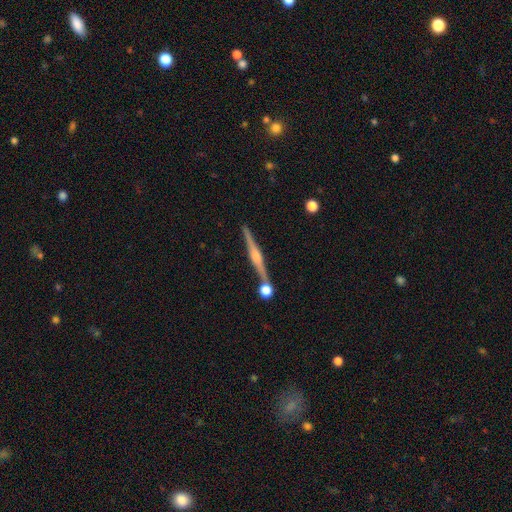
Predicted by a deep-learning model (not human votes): Smooth or featured?
  - featured or disk: 72% *
  - smooth: 19%
  - star or artifact: 9%
Edge-on disk?
  - yes: 96% *
  - no: 4%
Edge-on bulge?
  - rounded: 80% *
  - none: 12%
  - boxy: 8%
Merging?
  - none: 80% *
  - minor disturbance: 10%
  - merger: 7%
  - major disturbance: 3%